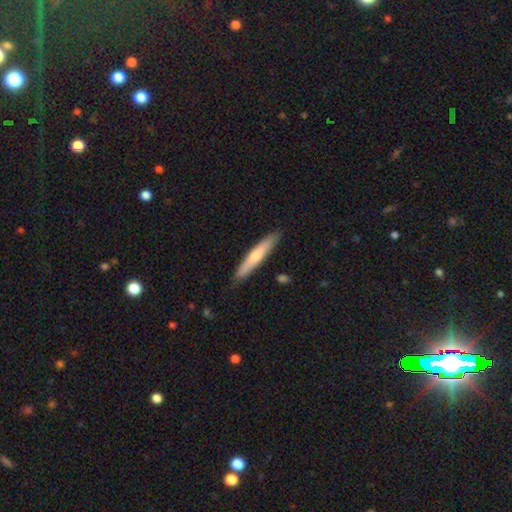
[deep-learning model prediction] A smooth galaxy with no disk features (63%) that is cigar-shaped (92%).

Vote fractions:
- Smooth or featured? smooth: 63% / featured or disk: 32% / star or artifact: 5%
- How rounded? cigar-shaped: 92% / in between: 7% / round: 1%
- Merging? none: 88% / minor disturbance: 9% / major disturbance: 2% / merger: 1%